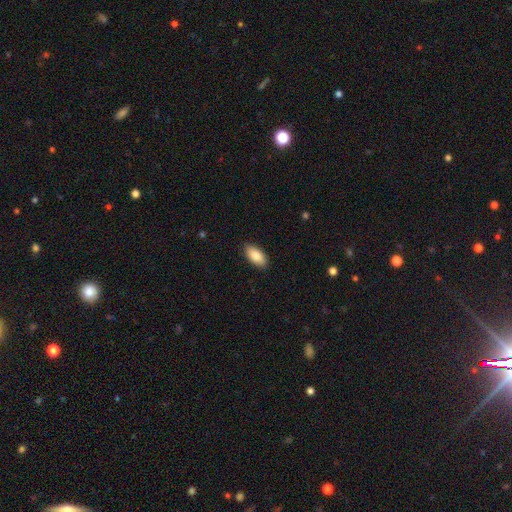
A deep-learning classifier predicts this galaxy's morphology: smooth_or_featured: smooth (p=0.83) [alt: featured or disk p=0.11]
how_rounded: in between (p=0.92) [alt: cigar-shaped p=0.06]
merging: none (p=0.89) [alt: minor disturbance p=0.08]